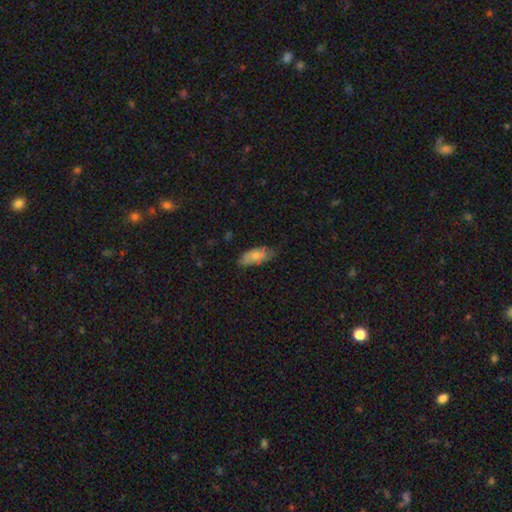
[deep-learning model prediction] Smooth or featured? smooth (76%)
How rounded? in between (85%)
Merging? none (63%)